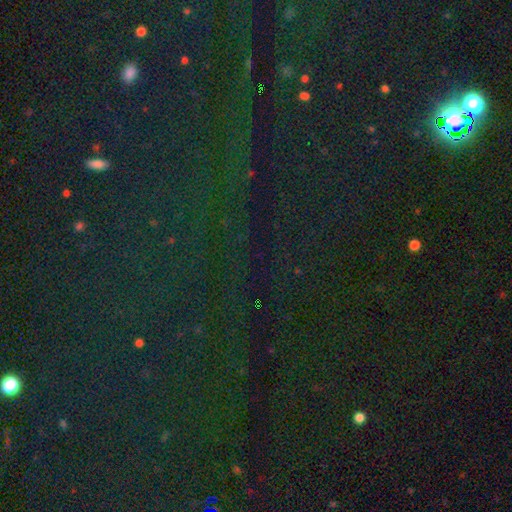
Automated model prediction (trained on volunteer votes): Smooth or featured? Predicted: star or artifact (p=0.83).